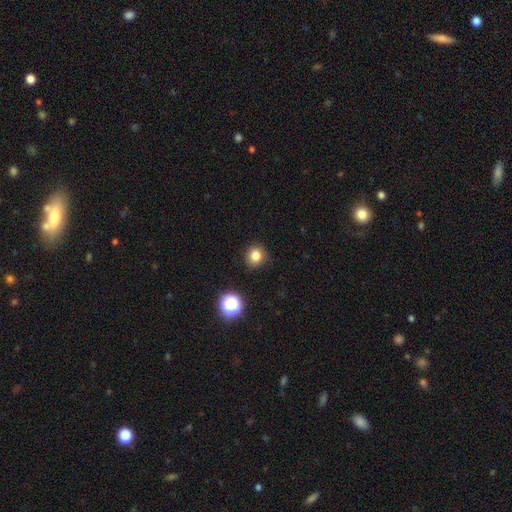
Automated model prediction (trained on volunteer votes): A smooth galaxy with no disk features (80%) that is round (86%). Merging: none (88%).